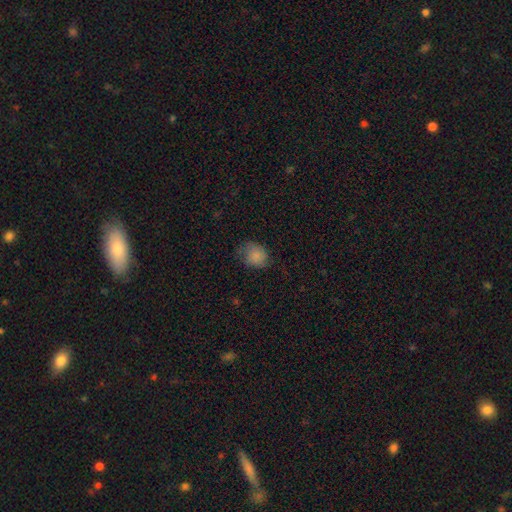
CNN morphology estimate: The model was most divided on "how rounded": round: 58%, in between: 41%, cigar-shaped: 1%. More confident: smooth or featured — smooth (83%); merging — none (61%).